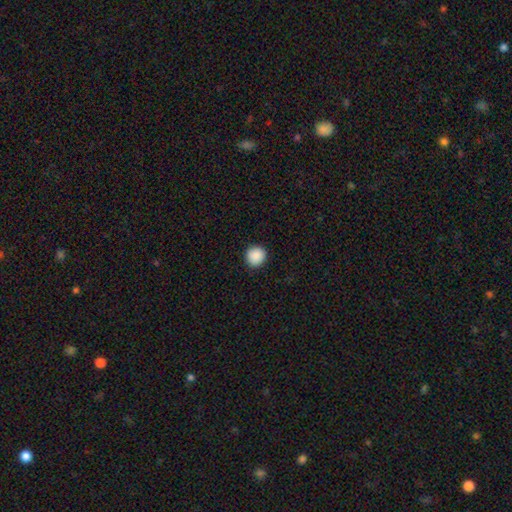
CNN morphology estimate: Smooth or featured: smooth — 89% (star or artifact — 8%)
How rounded: round — 94% (in between — 5%)
Merging: none — 92% (minor disturbance — 5%)